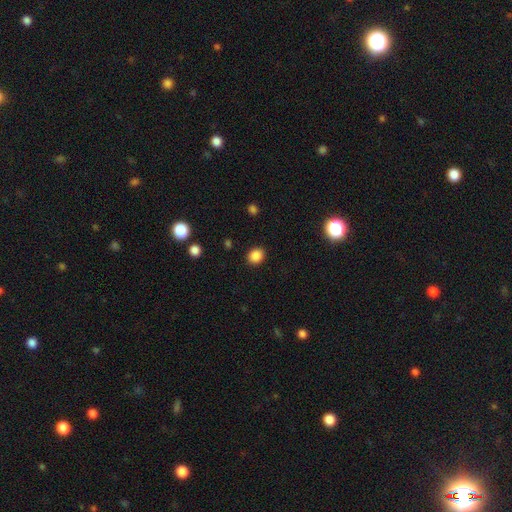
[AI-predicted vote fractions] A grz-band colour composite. It shows a smooth galaxy with no disk features (86%) that is round (66%). Merging: none (90%).